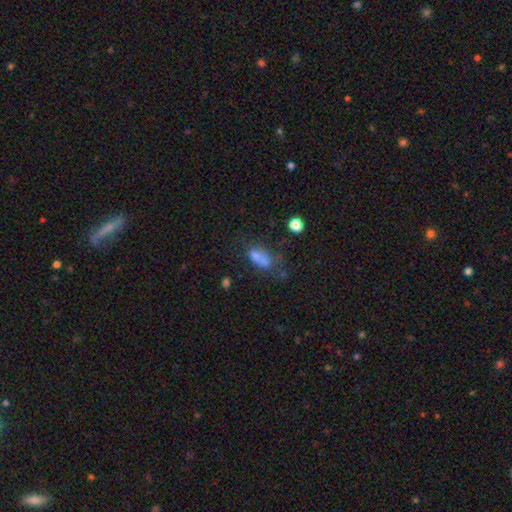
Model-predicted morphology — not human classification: The model was most divided on "merging": none: 38%, merger: 31%, minor disturbance: 17%, major disturbance: 15%. More confident: how rounded — in between (72%); smooth or featured — smooth (56%).